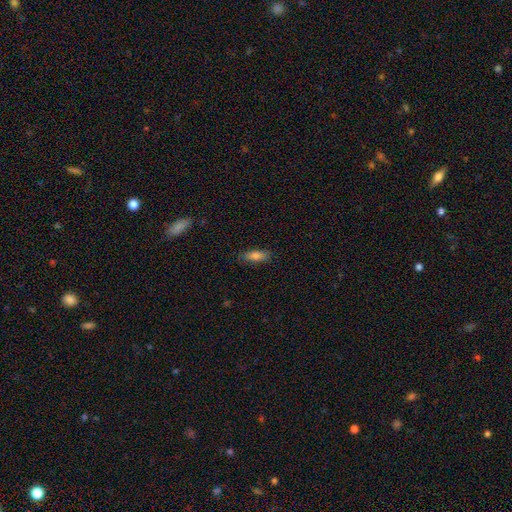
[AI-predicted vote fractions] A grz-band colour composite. It shows a smooth galaxy with no disk features (81%) that is in between round and cigar-shaped (63%). Merging: none (83%).